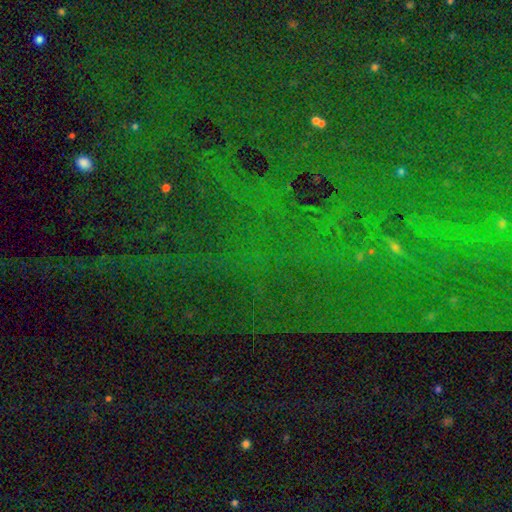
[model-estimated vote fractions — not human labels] Smooth or featured: star or artifact — 82% (featured or disk — 9%)